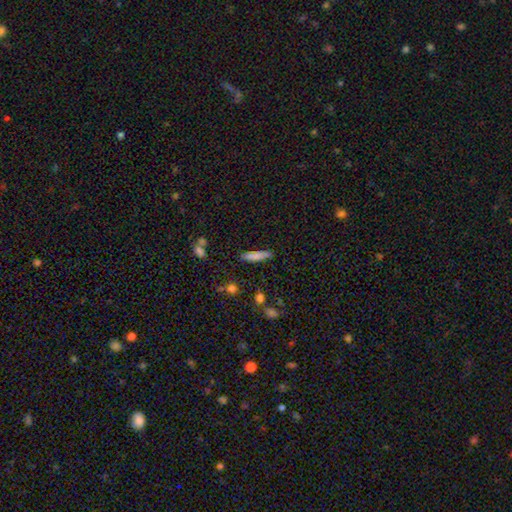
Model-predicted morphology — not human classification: A smooth galaxy with no disk features (78%) that is cigar-shaped (83%).

Vote fractions:
- Smooth or featured? smooth: 78% / featured or disk: 13% / star or artifact: 8%
- How rounded? cigar-shaped: 83% / in between: 15% / round: 2%
- Merging? none: 82% / minor disturbance: 12% / merger: 3% / major disturbance: 3%